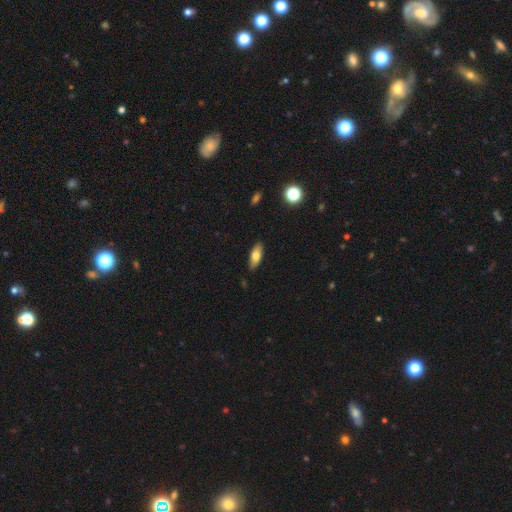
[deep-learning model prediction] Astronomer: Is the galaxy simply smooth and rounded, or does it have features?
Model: smooth — 73%.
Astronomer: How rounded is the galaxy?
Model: in between — 72%.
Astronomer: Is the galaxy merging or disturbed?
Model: none — 87%.